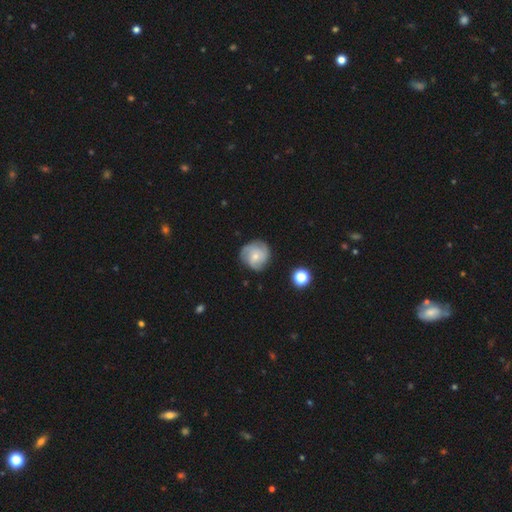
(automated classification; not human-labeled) This appears to be a featured or disk galaxy (61%) with no bar (75%), 3 (44%) tight (51%) spiral arms (90%) and a small central bulge (62%). Merging: none (74%).